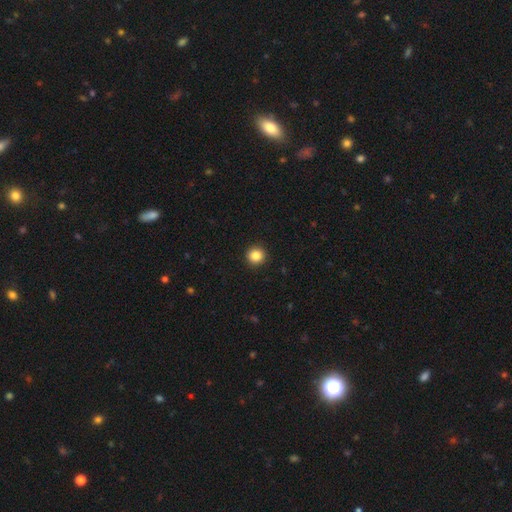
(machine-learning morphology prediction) type=smooth (86%); roundness=round (93%); merging=none (93%).